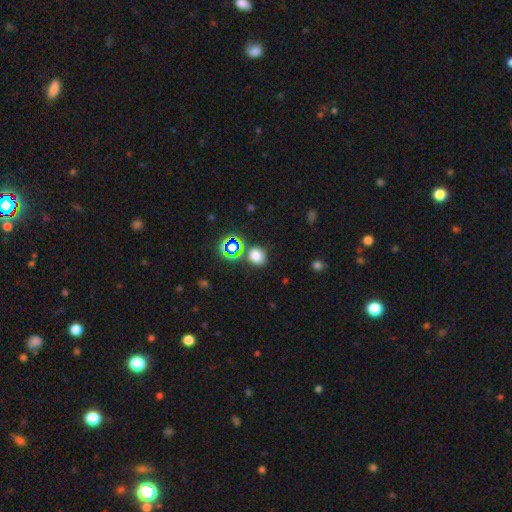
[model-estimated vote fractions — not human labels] Smooth or featured? Predicted: smooth (p=0.68). How rounded? Predicted: round (p=0.67). Merging? Predicted: none (p=0.74).